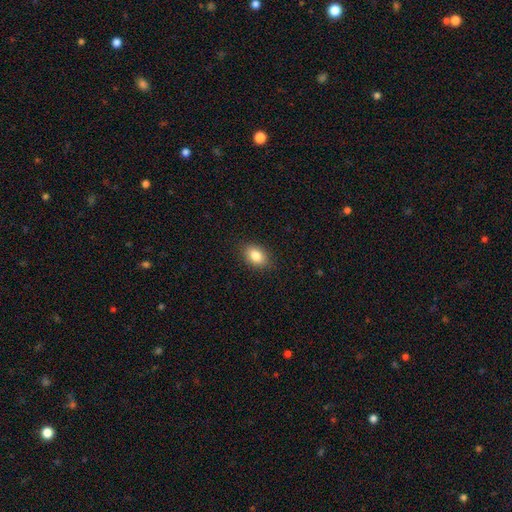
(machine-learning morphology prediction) type=smooth (84%); roundness=in between (82%); merging=none (88%).